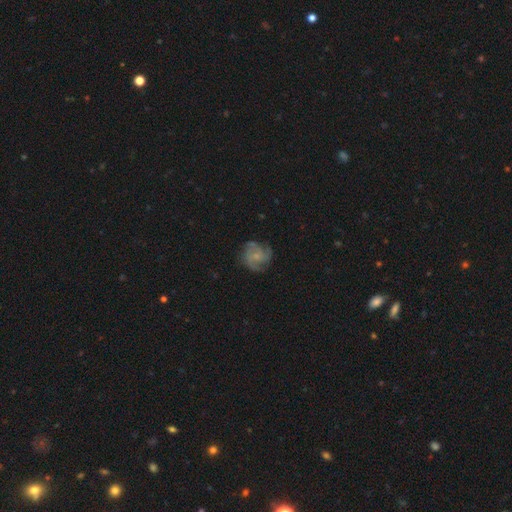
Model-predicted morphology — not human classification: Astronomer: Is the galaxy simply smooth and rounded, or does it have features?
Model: featured or disk — 71%.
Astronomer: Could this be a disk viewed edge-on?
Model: no — 98%.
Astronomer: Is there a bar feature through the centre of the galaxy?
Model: no — 71%.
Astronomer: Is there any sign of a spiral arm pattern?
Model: yes — 92%.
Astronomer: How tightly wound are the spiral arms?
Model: medium — 49% (runner-up: tight, 34%).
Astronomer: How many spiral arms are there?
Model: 3 — 43% (runner-up: can't tell, 19%).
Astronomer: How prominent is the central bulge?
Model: small — 60%.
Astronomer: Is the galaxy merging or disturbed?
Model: none — 71%.